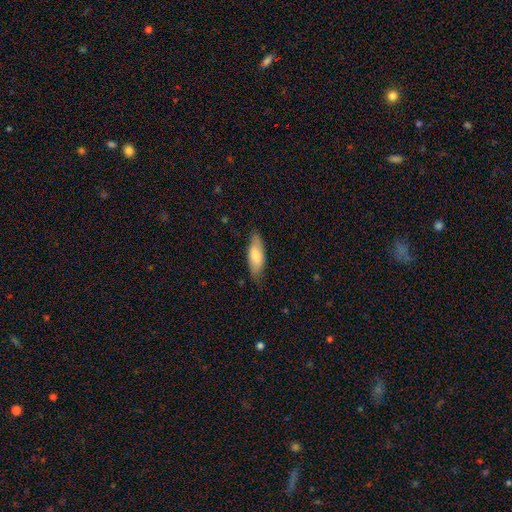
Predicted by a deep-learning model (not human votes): This appears to be a smooth galaxy with no disk features (72%) that is in between round and cigar-shaped (67%). Merging: none (76%).